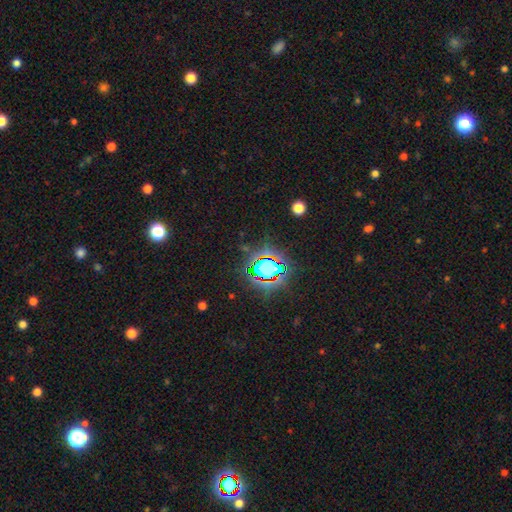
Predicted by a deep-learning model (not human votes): A star or artifact, not a galaxy (81%).

Vote fractions:
- Smooth or featured? star or artifact: 81% / smooth: 12% / featured or disk: 7%